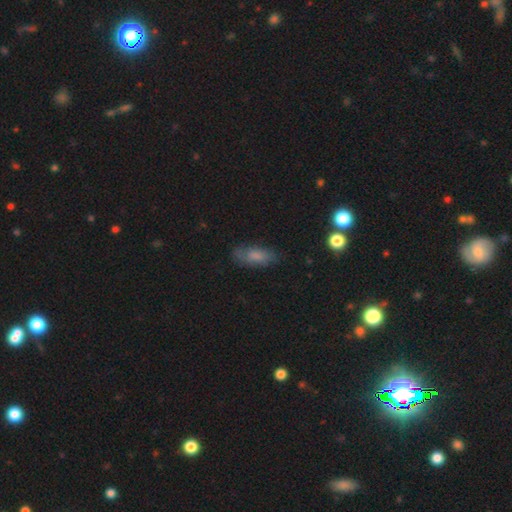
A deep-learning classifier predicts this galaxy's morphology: Q: Smooth or featured?
A: smooth (70%); runner-up: featured or disk (20%)
Q: How rounded?
A: in between (79%); runner-up: cigar-shaped (17%)
Q: Merging?
A: none (71%); runner-up: minor disturbance (21%)